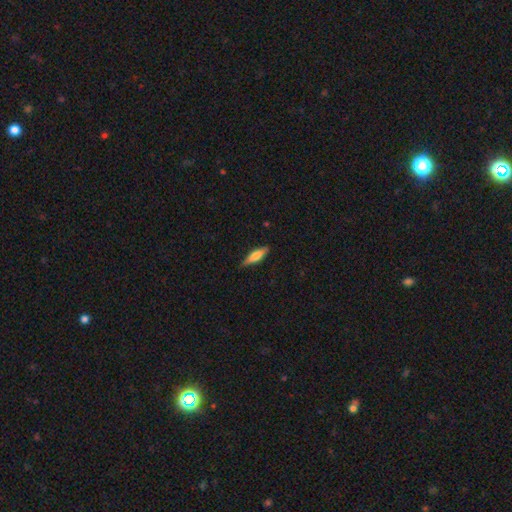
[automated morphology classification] Overall: smooth (61%; featured or disk 33%). How rounded: cigar-shaped (65%; in between 33%). Merging: none (82%).